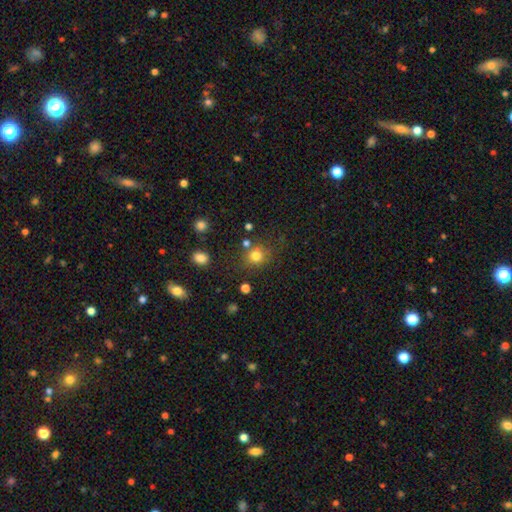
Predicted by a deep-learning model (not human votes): smooth-or-featured: smooth: 79% | star or artifact: 14% | featured or disk: 7%
  how-rounded: round: 82% | in between: 17% | cigar-shaped: 1%
  merging: none: 74% | minor disturbance: 13% | merger: 8% | major disturbance: 5%